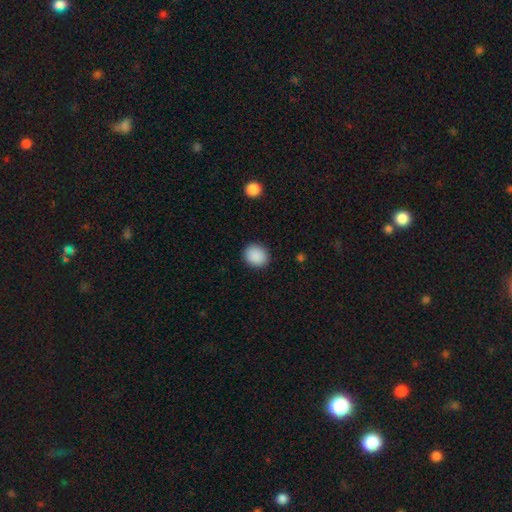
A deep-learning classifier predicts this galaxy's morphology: smooth-or-featured: smooth: 89% | star or artifact: 8% | featured or disk: 2%
  how-rounded: round: 72% | in between: 27% | cigar-shaped: 1%
  merging: none: 90% | minor disturbance: 7% | major disturbance: 2% | merger: 1%